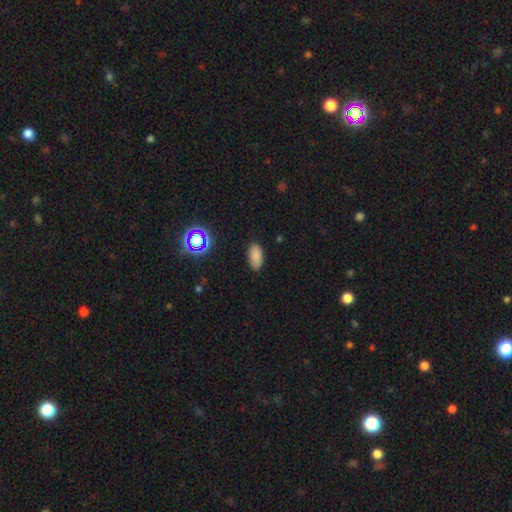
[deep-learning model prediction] This is clearly a smooth galaxy (82%). How rounded: clearly in between (92%). Merging: clearly none (84%).